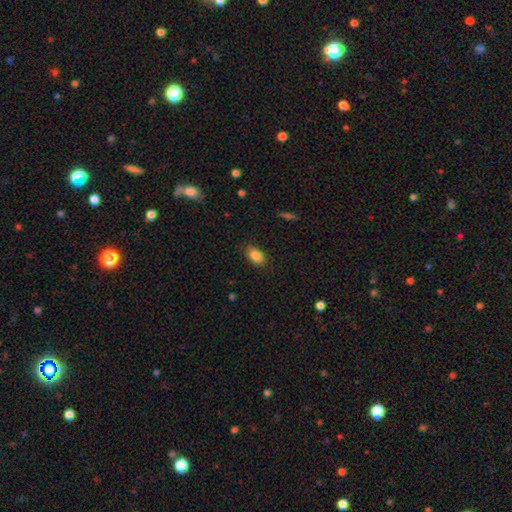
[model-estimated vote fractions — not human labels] The model was most divided on "merging": none: 84%, minor disturbance: 12%, major disturbance: 3%, merger: 1%. More confident: how rounded — in between (87%); smooth or featured — smooth (86%).